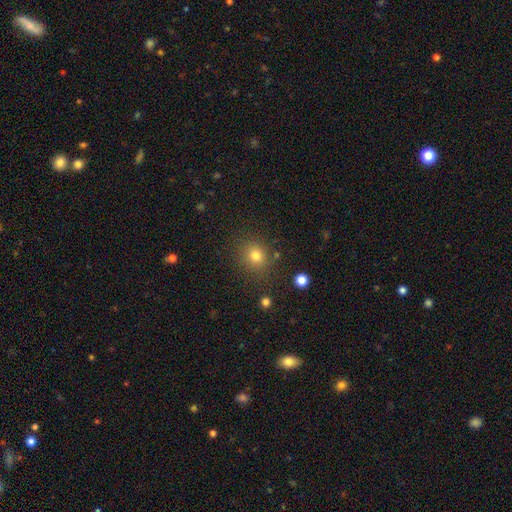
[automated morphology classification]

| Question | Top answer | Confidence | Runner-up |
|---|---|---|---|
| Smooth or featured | smooth | 79% | star or artifact (14%) |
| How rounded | round | 81% | in between (18%) |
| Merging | none | 82% | minor disturbance (10%) |